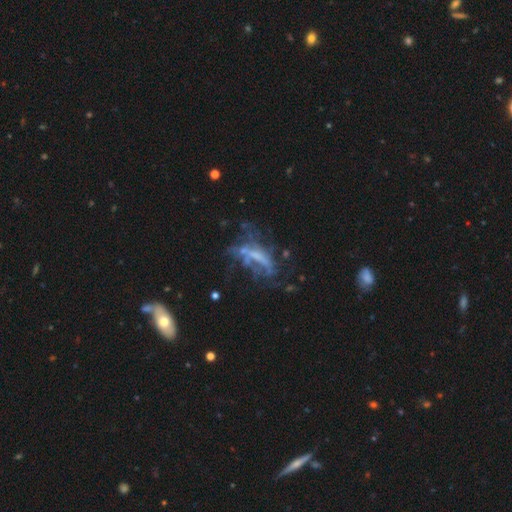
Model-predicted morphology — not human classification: Overall: featured or disk (59%; smooth 22%). Edge-on disk: no (79%). Merging: major disturbance (37%; none 33%).